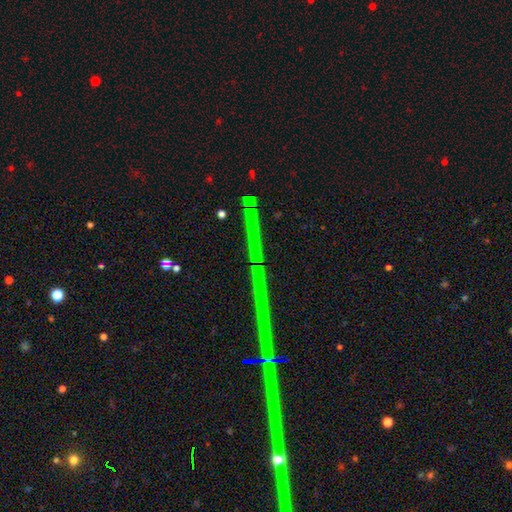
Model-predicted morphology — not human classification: Smooth or featured?
  - star or artifact: 83% *
  - featured or disk: 10%
  - smooth: 7%